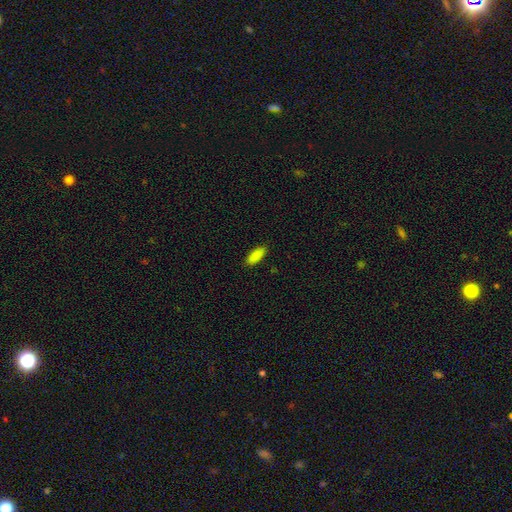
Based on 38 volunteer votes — A smooth galaxy with no disk features (89%) that is in between round and cigar-shaped (85%).

Vote fractions:
- Smooth or featured? smooth: 89% / featured or disk: 8% / star or artifact: 3%
- How rounded? in between: 85% / cigar-shaped: 15% / round: 0%
- Merging? none: 84% / minor disturbance: 11% / major disturbance: 3% / merger: 3%